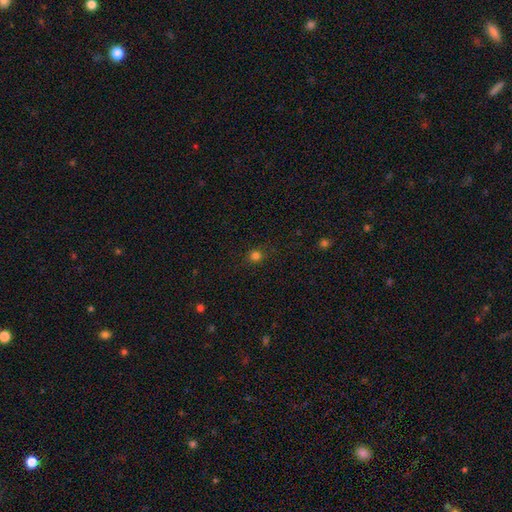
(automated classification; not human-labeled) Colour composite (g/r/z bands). It shows a smooth galaxy with no disk features (79%) that is round (88%). Merging: none (87%).